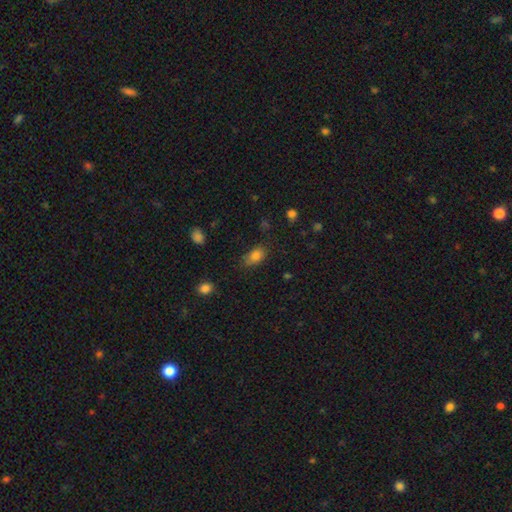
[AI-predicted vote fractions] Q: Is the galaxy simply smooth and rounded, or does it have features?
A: smooth — 82%.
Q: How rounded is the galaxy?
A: in between — 85%.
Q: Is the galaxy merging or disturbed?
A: none — 73%.